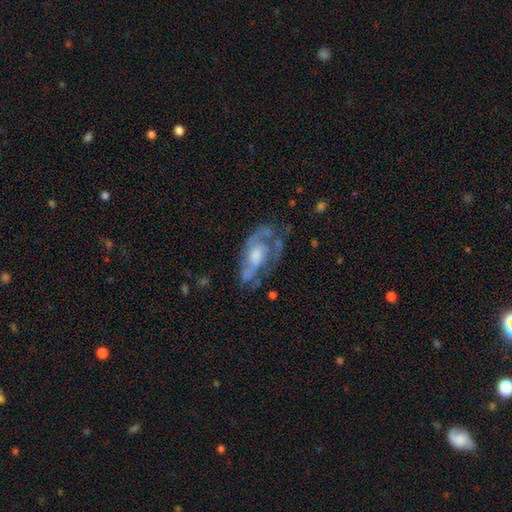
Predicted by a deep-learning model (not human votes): This is likely a featured or disk galaxy (79%). It is clearly not viewed edge-on (94%). Bar: possibly no (60%). Spiral arm pattern: clearly yes (84%). Spiral arm count: possibly 2 (51%). Spiral winding: possibly medium (47%). Central bulge: possibly moderate (50%). Merging: possibly none (52%).